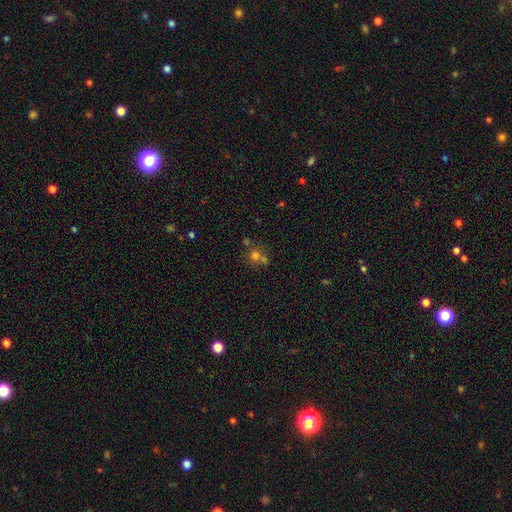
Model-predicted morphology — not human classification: smooth 60%, star or artifact 25%, featured or disk 15%. Down the decision tree: how rounded — round (86%); merging — none (53%).